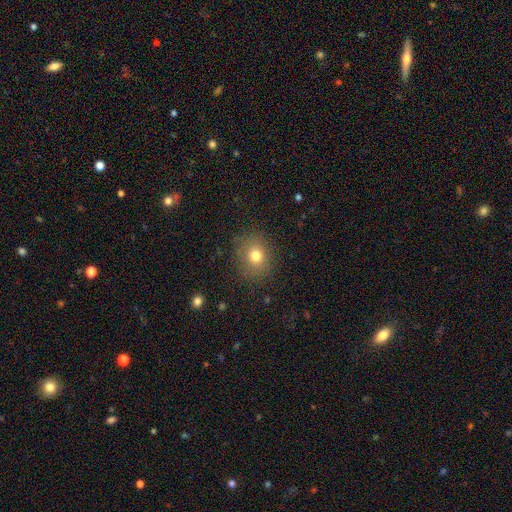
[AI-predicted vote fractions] A smooth galaxy with no disk features (76%) that is round (73%). Merging: none (85%).